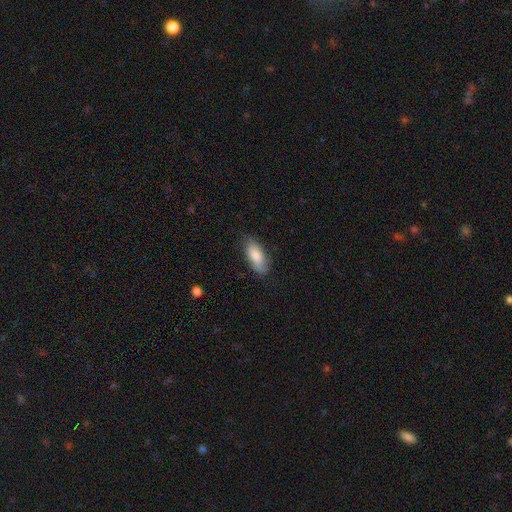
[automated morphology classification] Smooth or featured: smooth — 82% (featured or disk — 12%)
How rounded: in between — 84% (cigar-shaped — 14%)
Merging: none — 76% (minor disturbance — 19%)